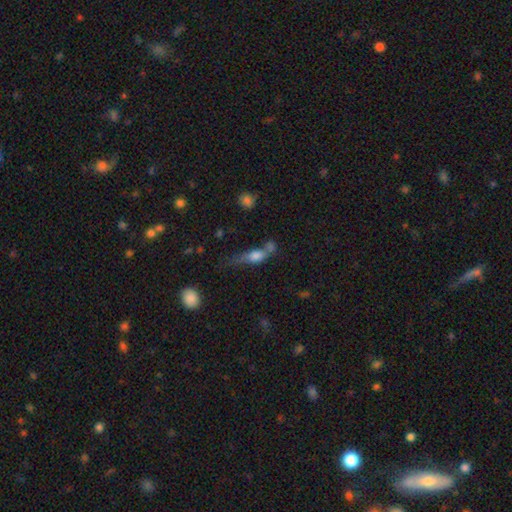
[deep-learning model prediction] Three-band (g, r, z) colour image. It shows a smooth galaxy with no disk features (62%) that is in between round and cigar-shaped (56%). Merging: none (29%, tied with merger).